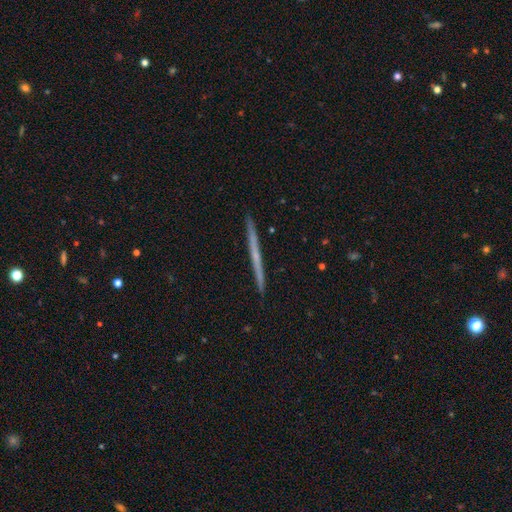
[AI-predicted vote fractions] The model was most divided on "smooth or featured": featured or disk: 60%, smooth: 34%, star or artifact: 6%. More confident: edge-on disk — yes (98%); merging — none (93%); edge-on bulge — none (83%).